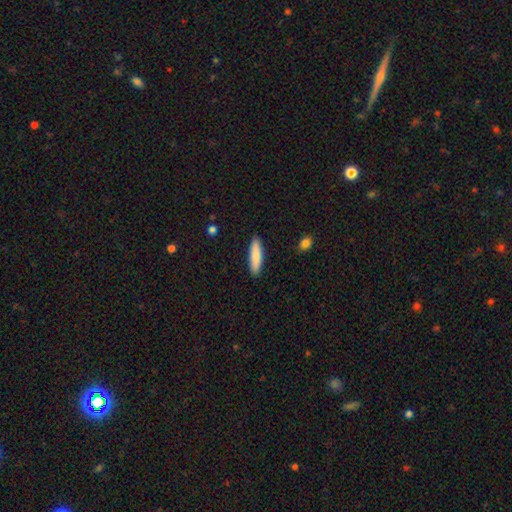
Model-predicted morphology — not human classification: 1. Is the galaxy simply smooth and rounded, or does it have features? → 84% smooth, 11% featured or disk, 6% star or artifact.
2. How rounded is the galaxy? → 72% cigar-shaped, 26% in between, 1% round.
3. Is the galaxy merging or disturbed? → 90% none, 7% minor disturbance, 2% major disturbance, 1% merger.